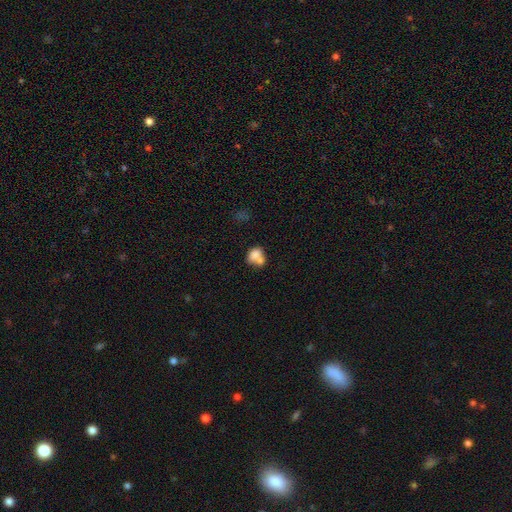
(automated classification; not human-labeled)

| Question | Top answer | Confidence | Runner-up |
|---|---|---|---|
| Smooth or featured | smooth | 74% | featured or disk (17%) |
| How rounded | in between | 56% | round (43%) |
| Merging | merger | 59% | none (25%) |